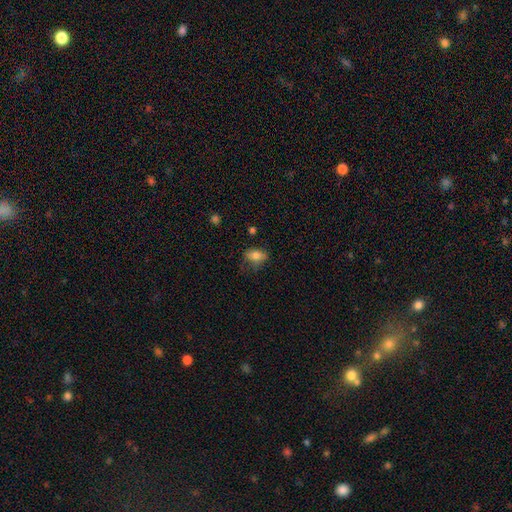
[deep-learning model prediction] This appears to be a smooth galaxy with no disk features (78%) that is in between round and cigar-shaped (80%). Merging: none (57%).